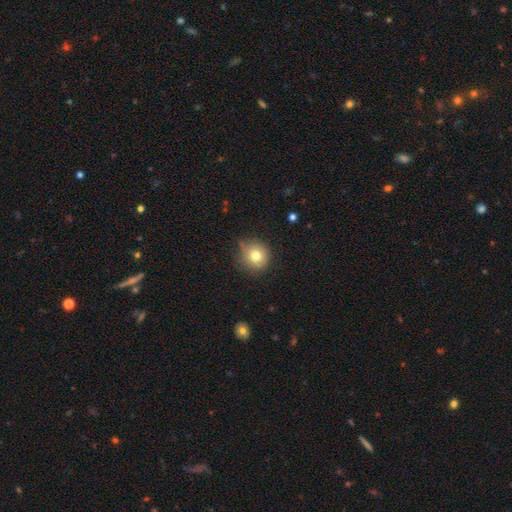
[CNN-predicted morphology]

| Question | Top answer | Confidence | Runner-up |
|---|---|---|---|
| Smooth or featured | smooth | 77% | featured or disk (12%) |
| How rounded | round | 92% | in between (7%) |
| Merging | none | 75% | minor disturbance (19%) |